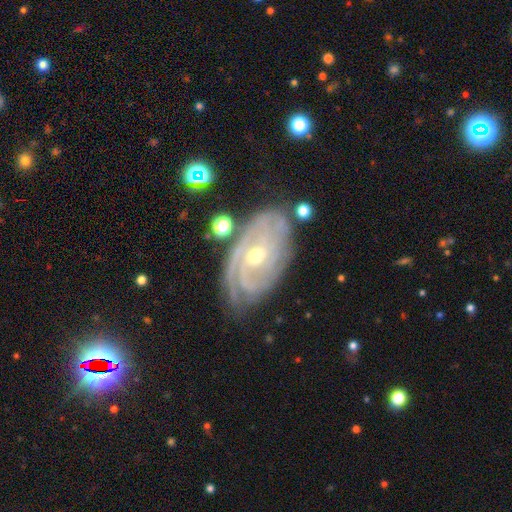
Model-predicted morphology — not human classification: A featured or disk galaxy (87%) with no bar (49%), tight (73%) spiral arms (96%) and a small central bulge (49%).

Vote fractions:
- Smooth or featured? featured or disk: 87% / smooth: 7% / star or artifact: 6%
- Edge-on disk? no: 95% / yes: 5%
- Bar? no: 49% / weak: 38% / strong: 13%
- Spiral arms? yes: 96% / no: 4%
- Spiral winding? tight: 73% / medium: 22% / loose: 5%
- Spiral arm count? can't tell: 31% / 3: 24% / 2: 20% / 4: 13% / more than 4: 6% / 1: 6%
- Bulge size? small: 49% / moderate: 48% / large: 2% / none: 1% / dominant: 1%
- Merging? none: 69% / minor disturbance: 21% / major disturbance: 7% / merger: 3%